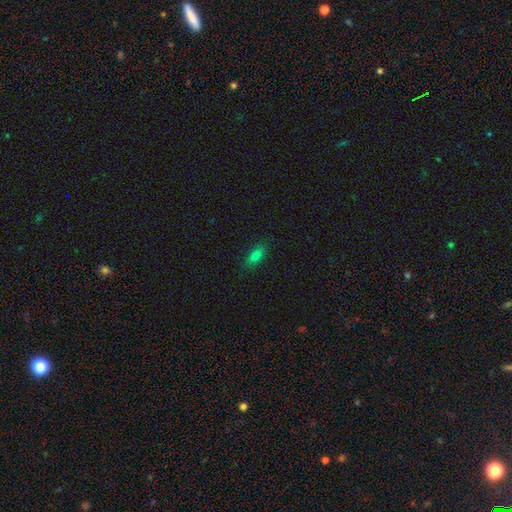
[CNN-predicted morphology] smooth_or_featured: smooth (p=0.78) [alt: star or artifact p=0.11]
how_rounded: in between (p=0.81) [alt: cigar-shaped p=0.13]
merging: none (p=0.82) [alt: minor disturbance p=0.14]